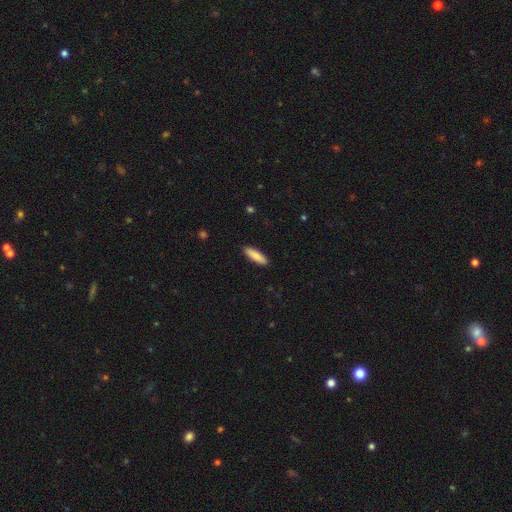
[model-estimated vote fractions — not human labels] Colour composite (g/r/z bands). It shows a smooth galaxy with no disk features (86%) that is cigar-shaped (63%). Merging: none (91%).